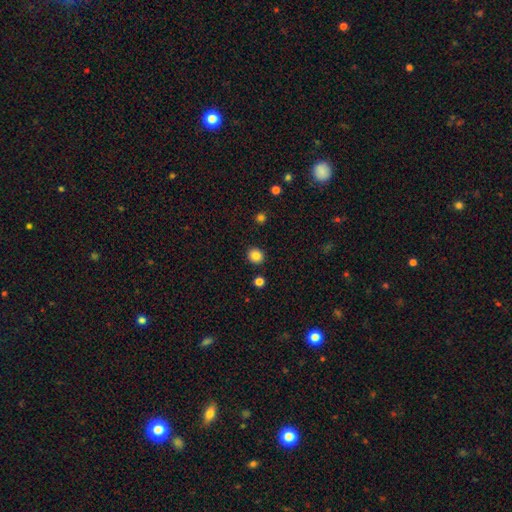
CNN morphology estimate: Overall: smooth (85%). How rounded: round (87%). Merging: none (90%).